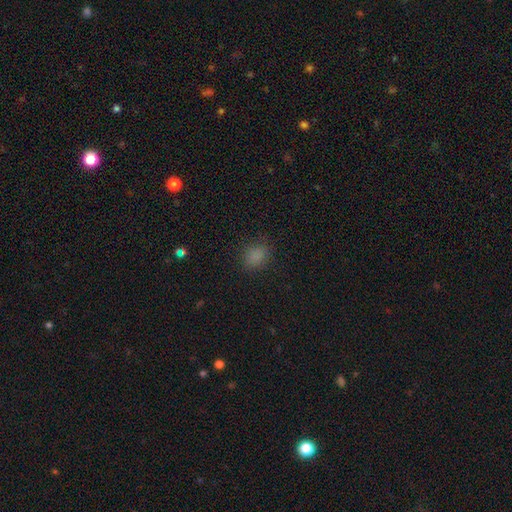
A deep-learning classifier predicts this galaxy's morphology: A smooth galaxy with no disk features (80%) that is in between round and cigar-shaped (55%).

Vote fractions:
- Smooth or featured? smooth: 80% / star or artifact: 16% / featured or disk: 4%
- How rounded? in between: 55% / round: 44% / cigar-shaped: 2%
- Merging? none: 84% / minor disturbance: 12% / major disturbance: 4% / merger: 1%